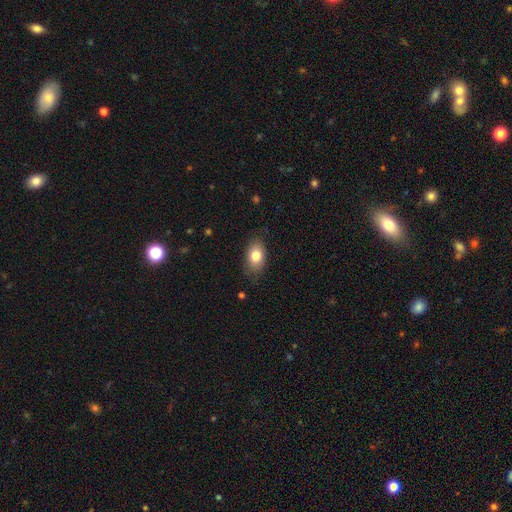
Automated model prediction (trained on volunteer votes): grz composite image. It shows a smooth galaxy with no disk features (80%) that is in between round and cigar-shaped (88%). Merging: none (81%).